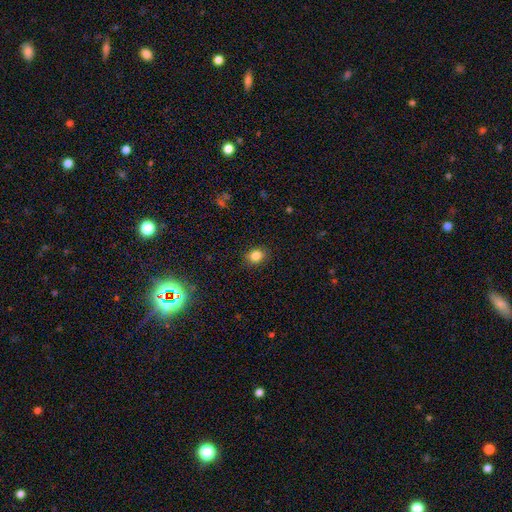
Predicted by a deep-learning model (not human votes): This is clearly a smooth galaxy (83%). How rounded: possibly round (56%). Merging: clearly none (87%).